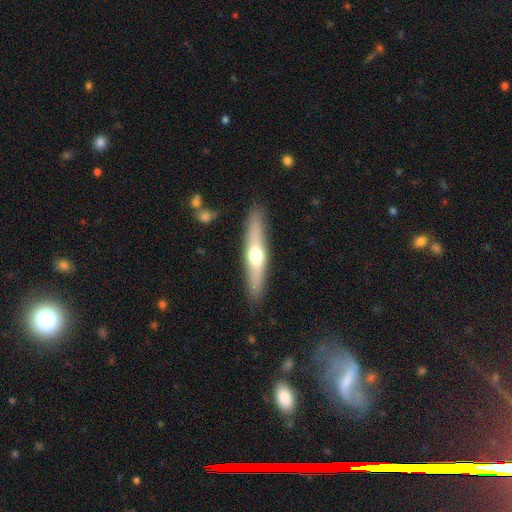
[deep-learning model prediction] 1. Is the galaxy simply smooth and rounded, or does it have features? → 50% featured or disk, 44% smooth, 6% star or artifact.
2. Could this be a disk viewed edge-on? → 89% yes, 11% no.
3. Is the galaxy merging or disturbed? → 89% none, 8% minor disturbance, 2% major disturbance, 1% merger.